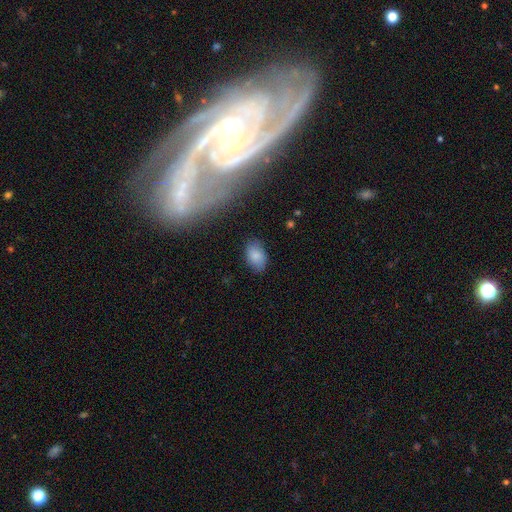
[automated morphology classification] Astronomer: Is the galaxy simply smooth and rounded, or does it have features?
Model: smooth — 84%.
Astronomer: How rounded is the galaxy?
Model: in between — 90%.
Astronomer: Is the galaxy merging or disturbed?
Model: none — 80%.